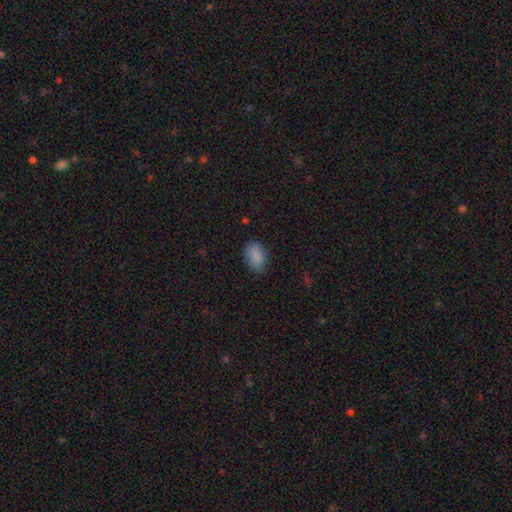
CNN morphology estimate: Q: Smooth or featured?
A: smooth (87%); runner-up: star or artifact (8%)
Q: How rounded?
A: in between (86%); runner-up: round (13%)
Q: Merging?
A: none (79%); runner-up: minor disturbance (16%)